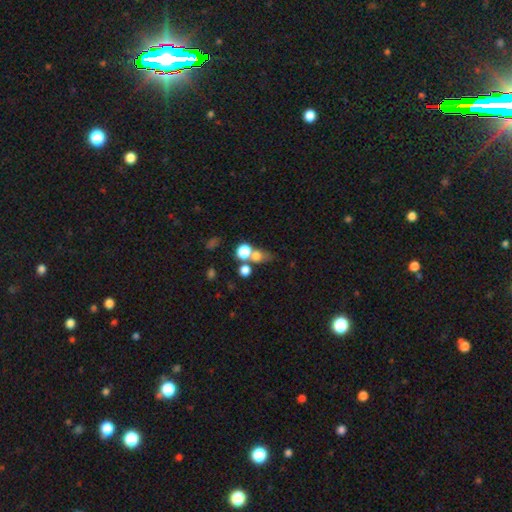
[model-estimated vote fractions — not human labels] The model was most divided on "merging": none: 42%, merger: 41%, minor disturbance: 10%, major disturbance: 7%. More confident: smooth or featured — smooth (68%); how rounded — round (57%).